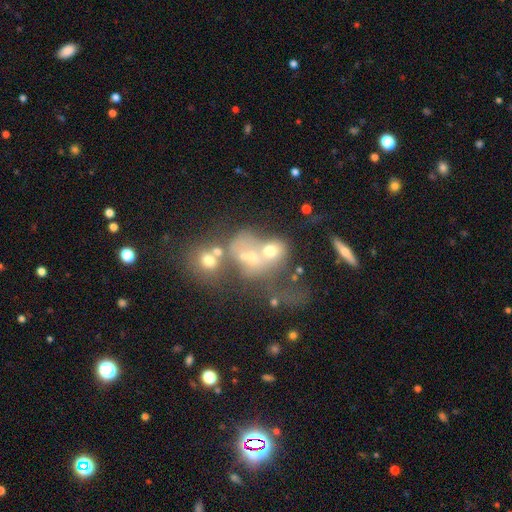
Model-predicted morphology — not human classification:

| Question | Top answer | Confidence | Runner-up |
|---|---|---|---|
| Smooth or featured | smooth | 43% | featured or disk (35%) |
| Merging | merger | 62% | none (18%) |